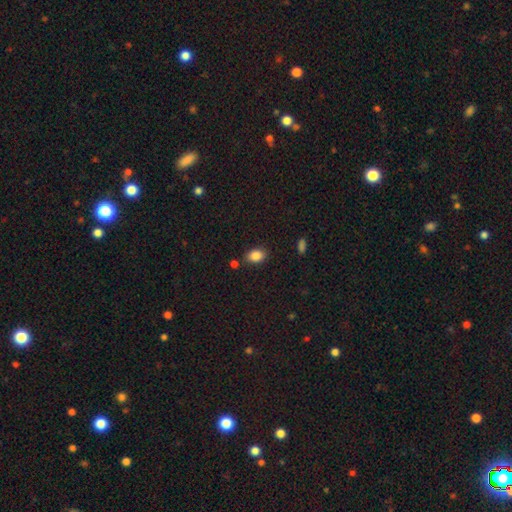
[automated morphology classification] Smooth or featured? smooth (86%)
How rounded? in between (83%)
Merging? none (80%)